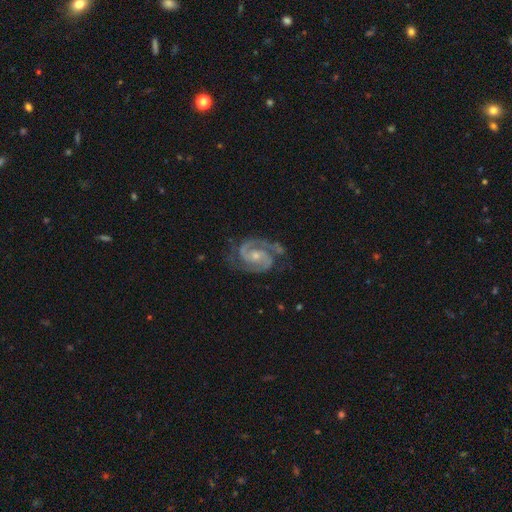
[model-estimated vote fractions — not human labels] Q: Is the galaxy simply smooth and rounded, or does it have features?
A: featured or disk — 93%.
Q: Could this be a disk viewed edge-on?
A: no — 98%.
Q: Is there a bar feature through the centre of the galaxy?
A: no — 54%.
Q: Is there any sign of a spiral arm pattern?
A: yes — 99%.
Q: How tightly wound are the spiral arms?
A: medium — 53%.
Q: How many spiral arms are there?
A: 2 — 92%.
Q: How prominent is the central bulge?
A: small — 57%.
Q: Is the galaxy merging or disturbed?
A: none — 74%.